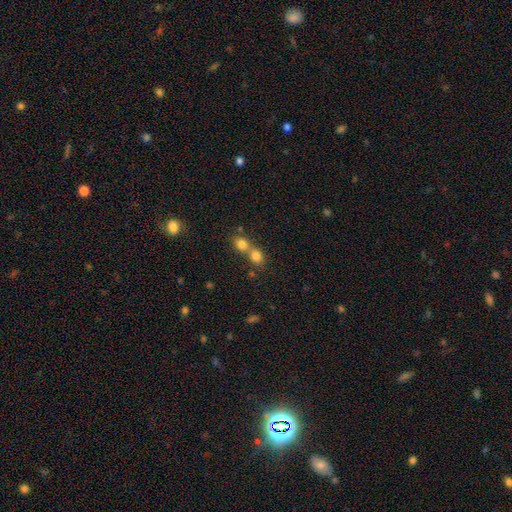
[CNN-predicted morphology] smooth 77%, star or artifact 13%, featured or disk 10%. Down the decision tree: how rounded — round (71%); merging — merger (63%).